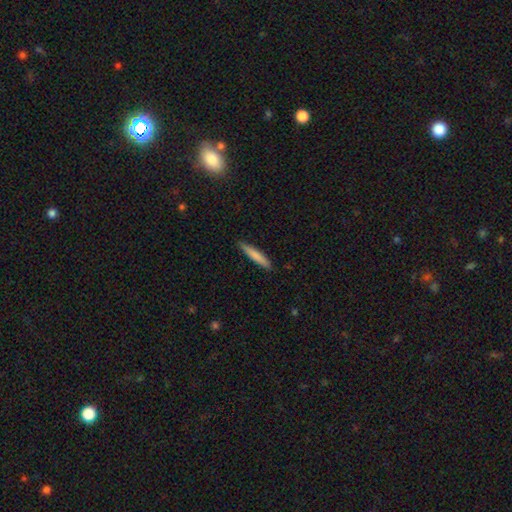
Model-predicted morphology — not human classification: Smooth or featured? Predicted: smooth (p=0.78). How rounded? Predicted: cigar-shaped (p=0.92). Merging? Predicted: none (p=0.88).